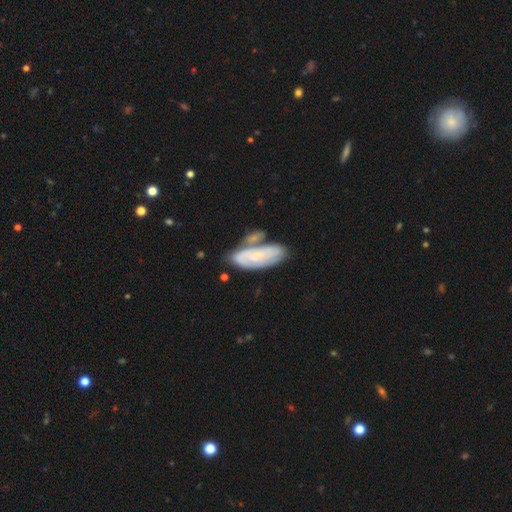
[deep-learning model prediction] A featured or disk galaxy (47%). Merging: none (41%).